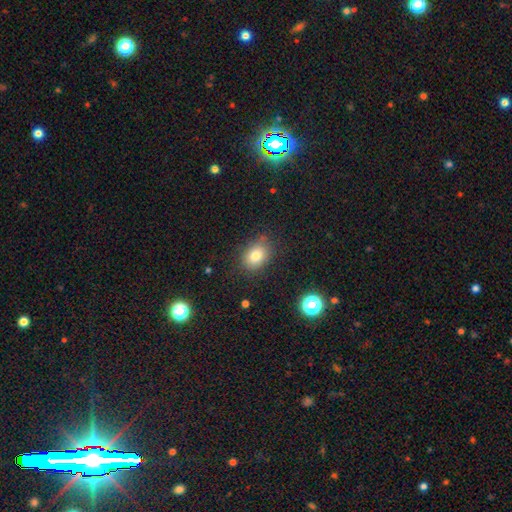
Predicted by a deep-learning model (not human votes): The model was most divided on "how rounded": in between: 61%, round: 38%, cigar-shaped: 1%. More confident: merging — none (81%); smooth or featured — smooth (79%).